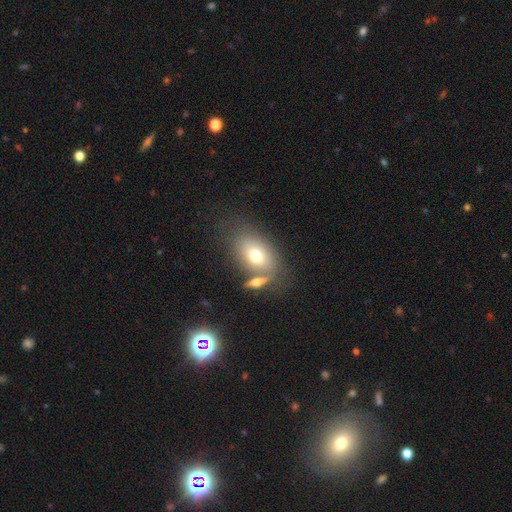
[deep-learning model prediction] Smooth or featured?
  - smooth: 70% *
  - featured or disk: 21%
  - star or artifact: 9%
How rounded?
  - in between: 84% *
  - round: 14%
  - cigar-shaped: 2%
Merging?
  - none: 54% *
  - merger: 24%
  - minor disturbance: 15%
  - major disturbance: 7%